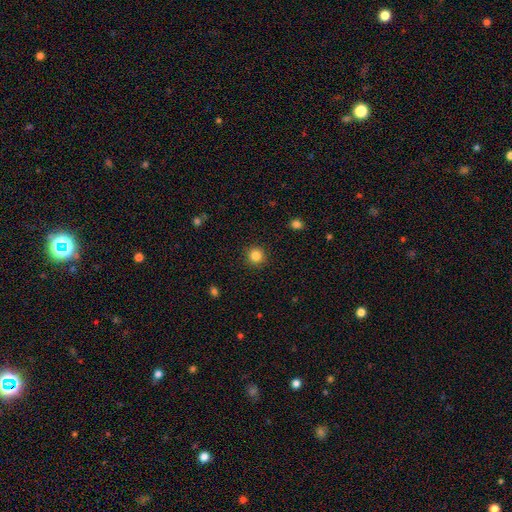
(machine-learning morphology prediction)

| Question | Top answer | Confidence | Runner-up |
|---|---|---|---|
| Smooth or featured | smooth | 85% | star or artifact (11%) |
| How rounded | round | 95% | in between (4%) |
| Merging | none | 92% | minor disturbance (5%) |